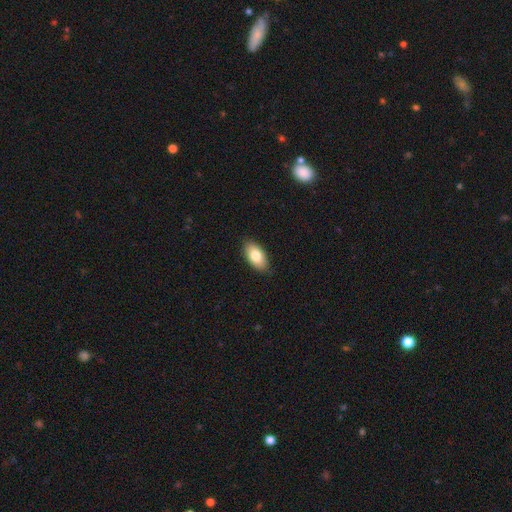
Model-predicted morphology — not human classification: The model was most divided on "smooth or featured": smooth: 80%, featured or disk: 13%, star or artifact: 7%. More confident: how rounded — in between (93%); merging — none (87%).